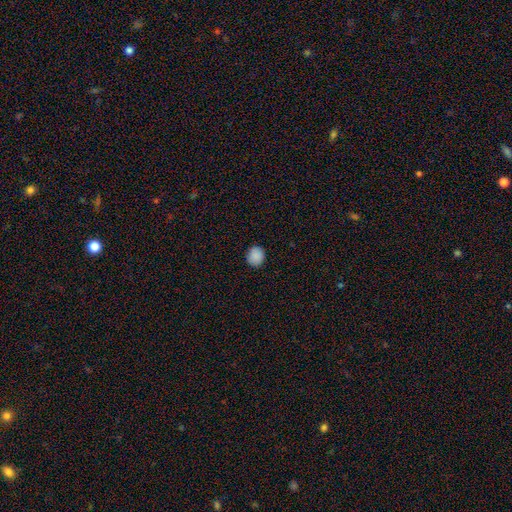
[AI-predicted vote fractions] smooth 89%, star or artifact 9%, featured or disk 3%. Down the decision tree: how rounded — round (83%); merging — none (89%).